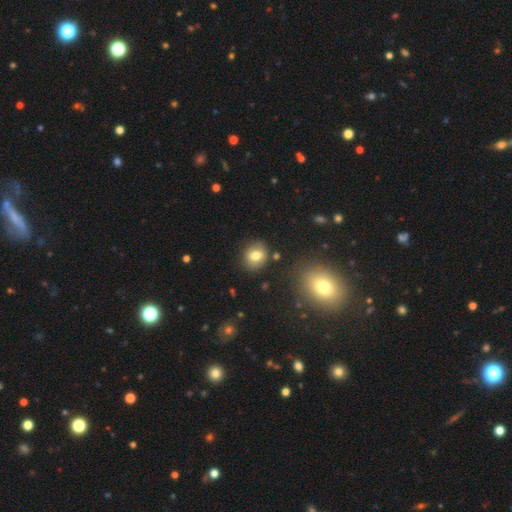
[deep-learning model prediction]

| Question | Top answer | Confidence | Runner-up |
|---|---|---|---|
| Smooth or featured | smooth | 75% | featured or disk (15%) |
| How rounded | round | 62% | in between (37%) |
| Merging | none | 81% | minor disturbance (12%) |